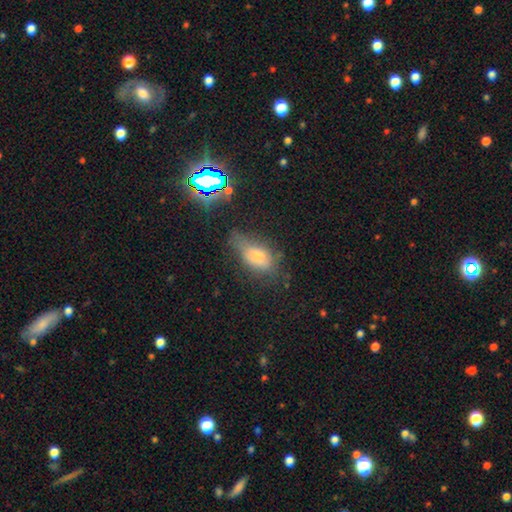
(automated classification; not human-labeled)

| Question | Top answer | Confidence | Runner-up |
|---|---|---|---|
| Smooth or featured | smooth | 57% | star or artifact (22%) |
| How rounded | in between | 83% | round (10%) |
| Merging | none | 45% | minor disturbance (33%) |